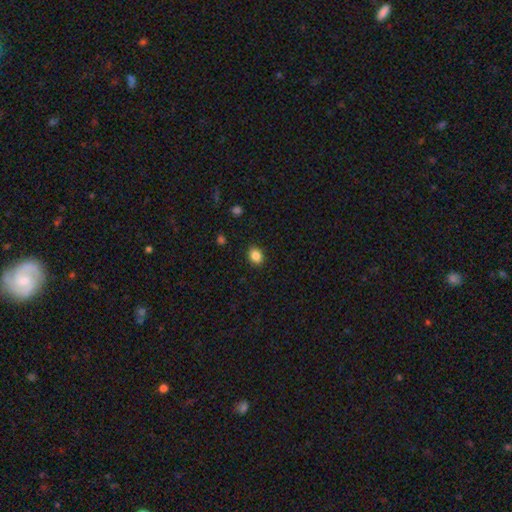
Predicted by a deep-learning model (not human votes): This is clearly a smooth galaxy (86%). How rounded: possibly round (52%). Merging: clearly none (90%).